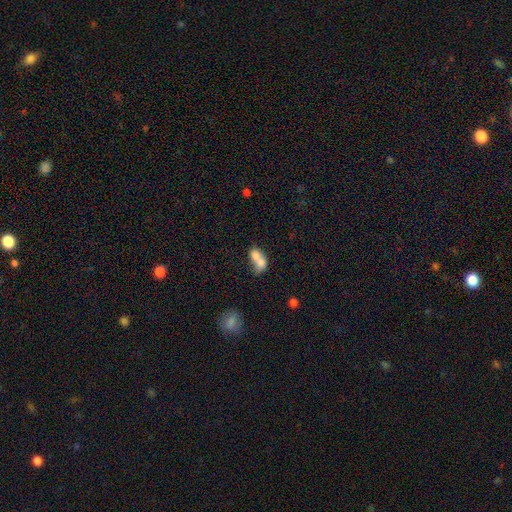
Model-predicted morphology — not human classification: Smooth or featured?
  - smooth: 70% *
  - featured or disk: 21%
  - star or artifact: 9%
How rounded?
  - in between: 64% *
  - round: 33%
  - cigar-shaped: 3%
Merging?
  - merger: 78% *
  - none: 13%
  - minor disturbance: 5%
  - major disturbance: 4%